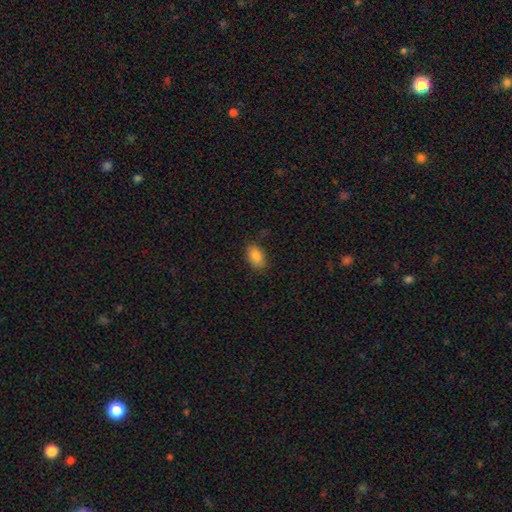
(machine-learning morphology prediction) Smooth or featured? Predicted: smooth (p=0.84). How rounded? Predicted: in between (p=0.89). Merging? Predicted: none (p=0.79).